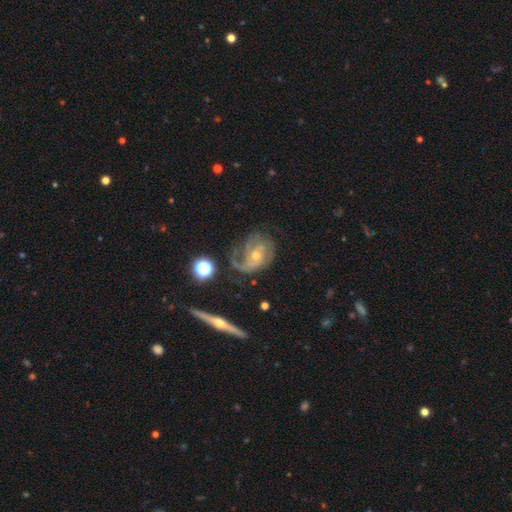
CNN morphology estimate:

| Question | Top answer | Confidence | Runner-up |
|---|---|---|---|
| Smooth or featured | featured or disk | 80% | smooth (12%) |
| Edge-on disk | no | 95% | yes (5%) |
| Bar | no | 69% | weak (26%) |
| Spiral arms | yes | 88% | no (12%) |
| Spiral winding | medium | 40% | tight (35%) |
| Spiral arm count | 2 | 33% | can't tell (25%) |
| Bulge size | small | 49% | moderate (46%) |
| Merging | none | 44% | major disturbance (29%) |